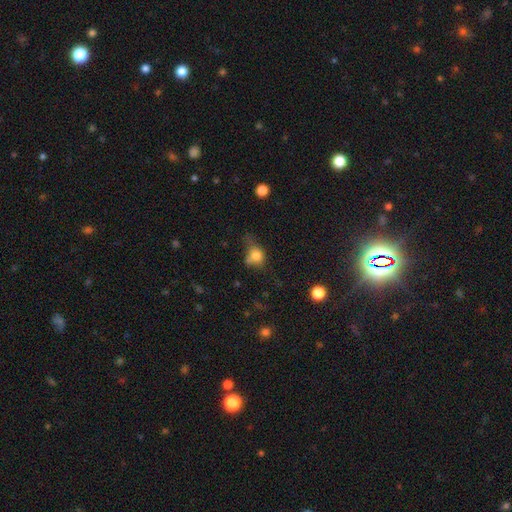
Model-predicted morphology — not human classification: smooth 74%, featured or disk 13%, star or artifact 13%. Down the decision tree: how rounded — round (60%); merging — none (38%).